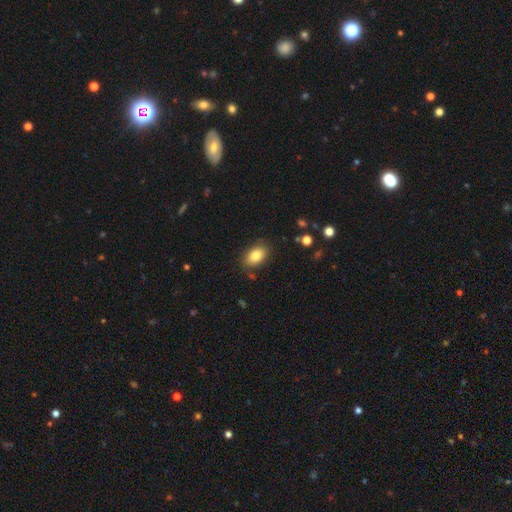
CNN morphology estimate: Overall: smooth (82%). How rounded: in between (91%). Merging: none (80%).